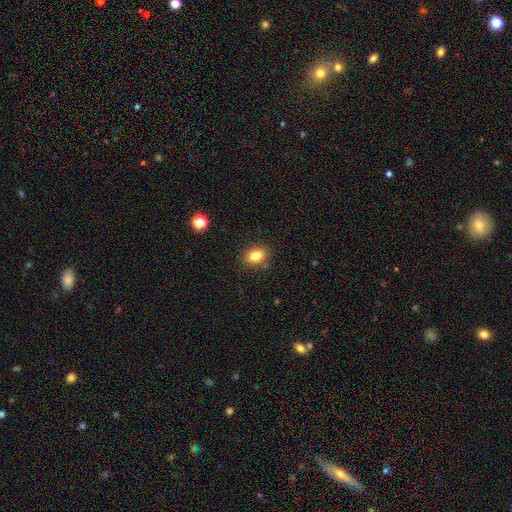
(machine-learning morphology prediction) A smooth galaxy with no disk features (83%) that is in between round and cigar-shaped (67%). Merging: none (85%).